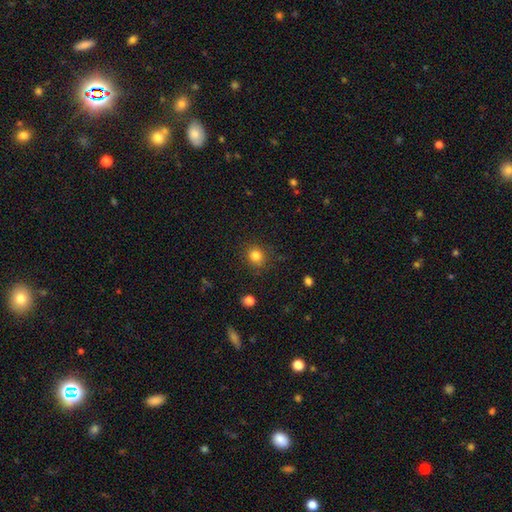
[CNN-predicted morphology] A smooth galaxy with no disk features (82%) that is round (84%).

Vote fractions:
- Smooth or featured? smooth: 82% / star or artifact: 13% / featured or disk: 5%
- How rounded? round: 84% / in between: 15% / cigar-shaped: 1%
- Merging? none: 85% / minor disturbance: 10% / major disturbance: 4% / merger: 2%